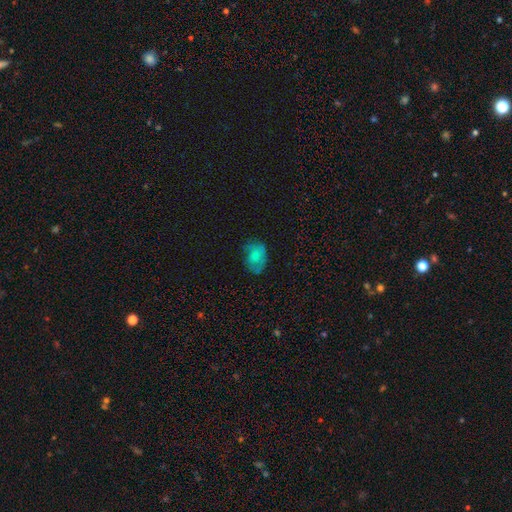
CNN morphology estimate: The model was most divided on "merging": none: 55%, minor disturbance: 30%, major disturbance: 14%, merger: 2%. More confident: how rounded — in between (78%); smooth or featured — smooth (69%).